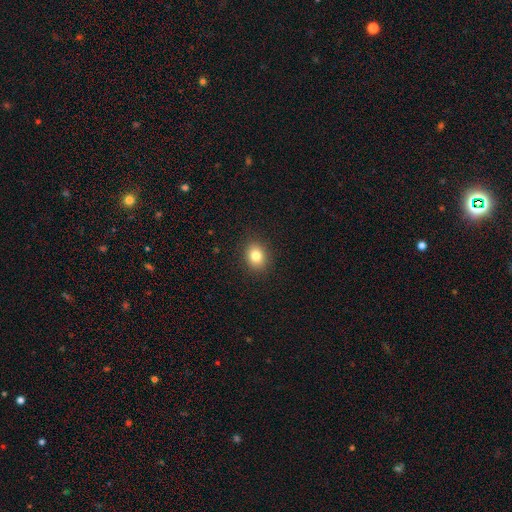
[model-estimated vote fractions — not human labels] This appears to be a smooth galaxy with no disk features (81%) that is round (61%). Merging: none (90%).